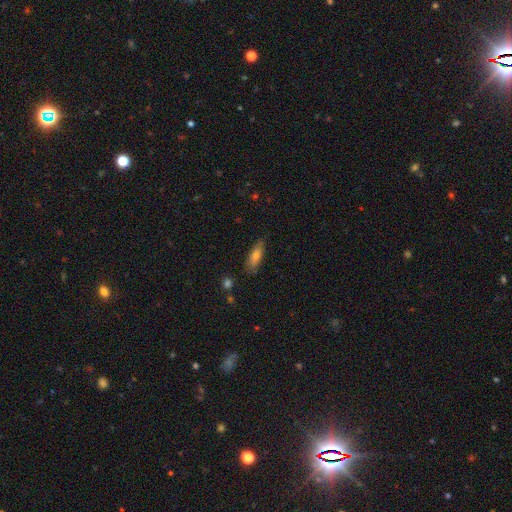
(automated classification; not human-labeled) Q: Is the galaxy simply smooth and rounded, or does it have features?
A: smooth — 68%.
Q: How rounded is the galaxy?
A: in between — 49%, tied with cigar-shaped.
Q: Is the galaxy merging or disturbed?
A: none — 80%.